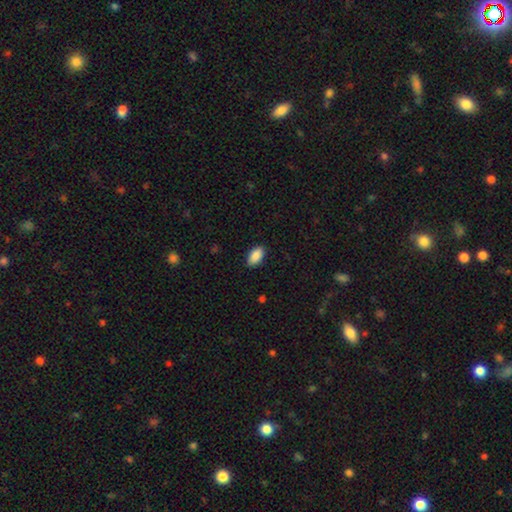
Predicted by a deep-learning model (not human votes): A smooth galaxy with no disk features (90%) that is in between round and cigar-shaped (94%). Merging: none (88%).